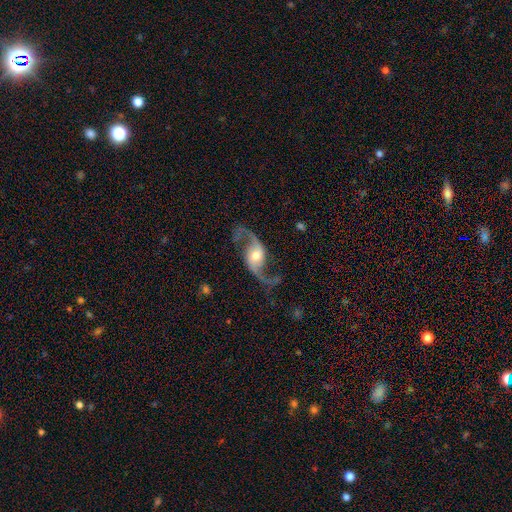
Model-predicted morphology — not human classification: Smooth or featured?
  - featured or disk: 92% *
  - star or artifact: 4%
  - smooth: 3%
Edge-on disk?
  - no: 97% *
  - yes: 3%
Bar?
  - no: 54% *
  - weak: 30%
  - strong: 15%
Spiral arms?
  - yes: 98% *
  - no: 2%
Spiral winding?
  - loose: 82% *
  - medium: 14%
  - tight: 3%
Spiral arm count?
  - 2: 95% *
  - 1: 1%
  - can't tell: 1%
  - 3: 1%
  - 4: 1%
  - more than 4: 1%
Bulge size?
  - moderate: 65% *
  - small: 23%
  - large: 9%
  - dominant: 2%
  - none: 1%
Merging?
  - none: 79% *
  - minor disturbance: 11%
  - major disturbance: 7%
  - merger: 2%